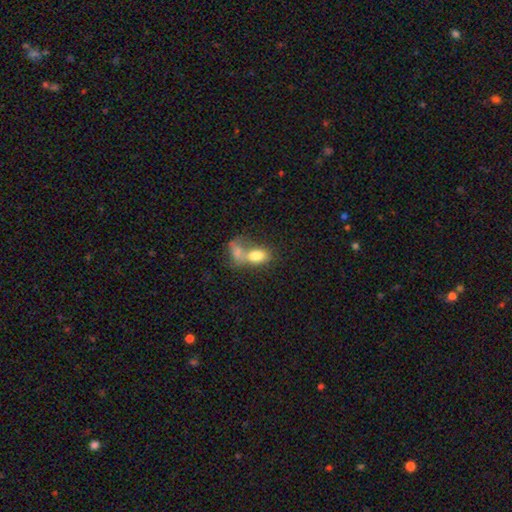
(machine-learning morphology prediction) Smooth or featured? smooth (76%)
How rounded? in between (85%)
Merging? merger (64%)